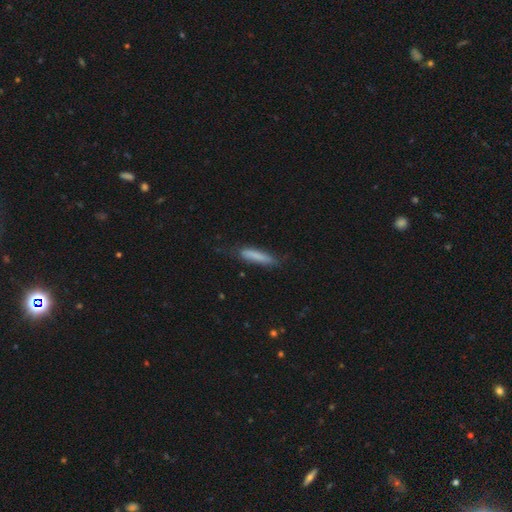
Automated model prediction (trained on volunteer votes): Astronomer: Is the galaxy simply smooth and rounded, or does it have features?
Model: smooth — 78%.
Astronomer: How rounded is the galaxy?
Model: cigar-shaped — 87%.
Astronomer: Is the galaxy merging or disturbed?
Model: none — 72%.